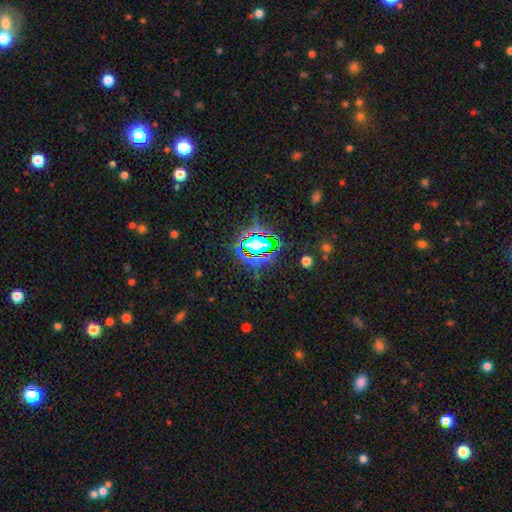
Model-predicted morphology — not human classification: A star or artifact, not a galaxy (79%).

Vote fractions:
- Smooth or featured? star or artifact: 79% / smooth: 13% / featured or disk: 8%